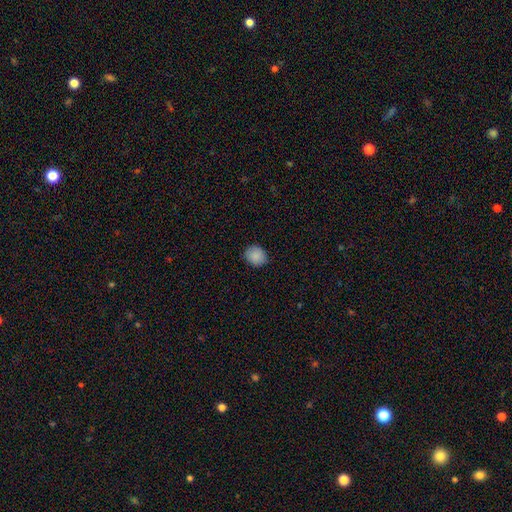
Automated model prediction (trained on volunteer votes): smooth-or-featured: smooth: 88% | star or artifact: 8% | featured or disk: 4%
  how-rounded: round: 71% | in between: 28% | cigar-shaped: 1%
  merging: none: 87% | minor disturbance: 10% | major disturbance: 2% | merger: 1%